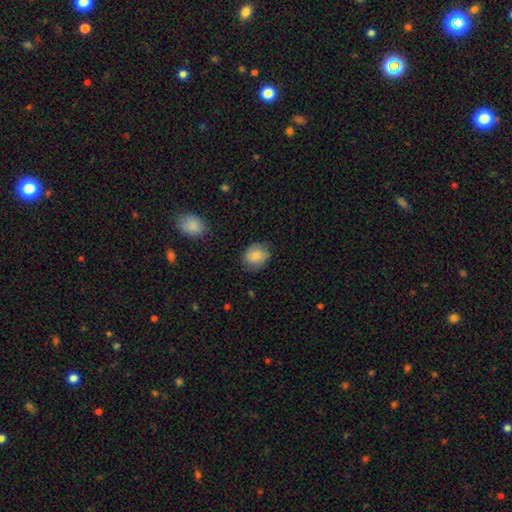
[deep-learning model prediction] Smooth or featured? Predicted: smooth (p=0.81). How rounded? Predicted: round (p=0.65). Merging? Predicted: none (p=0.75).